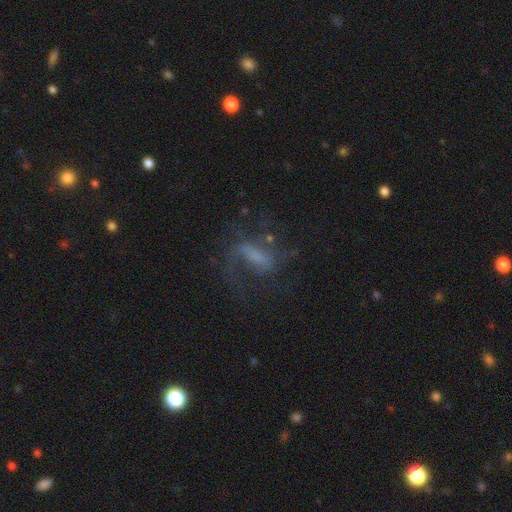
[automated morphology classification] Smooth or featured?
  - featured or disk: 69% *
  - smooth: 17%
  - star or artifact: 13%
Edge-on disk?
  - no: 93% *
  - yes: 7%
Bar?
  - strong: 41% *
  - weak: 39%
  - no: 20%
Spiral arms?
  - yes: 84% *
  - no: 16%
Spiral winding?
  - loose: 47% *
  - medium: 41%
  - tight: 12%
Spiral arm count?
  - 2: 66% *
  - 1: 13%
  - can't tell: 13%
  - 3: 4%
  - 4: 2%
  - more than 4: 2%
Bulge size?
  - none: 38% *
  - small: 28%
  - moderate: 23%
  - large: 9%
  - dominant: 2%
Merging?
  - none: 53% *
  - major disturbance: 28%
  - minor disturbance: 16%
  - merger: 3%